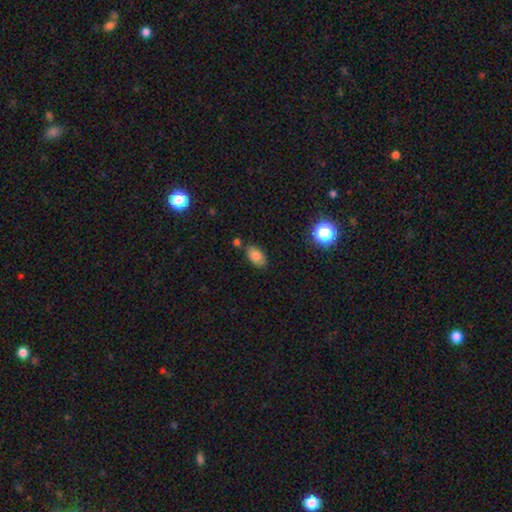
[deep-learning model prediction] Overall: smooth (82%). How rounded: in between (92%). Merging: none (77%).